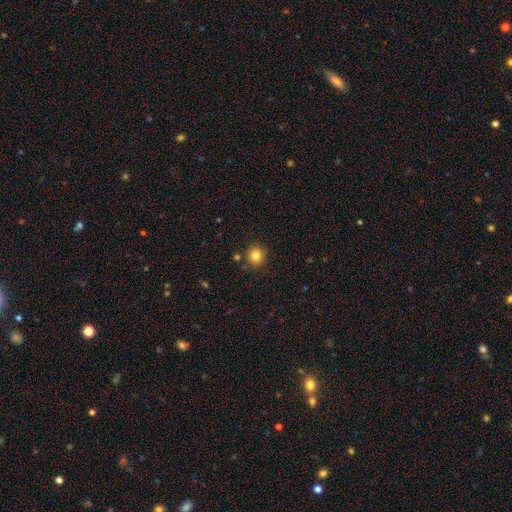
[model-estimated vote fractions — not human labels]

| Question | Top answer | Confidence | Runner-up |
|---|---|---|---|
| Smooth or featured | smooth | 83% | star or artifact (11%) |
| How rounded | round | 86% | in between (13%) |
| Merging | none | 86% | minor disturbance (8%) |